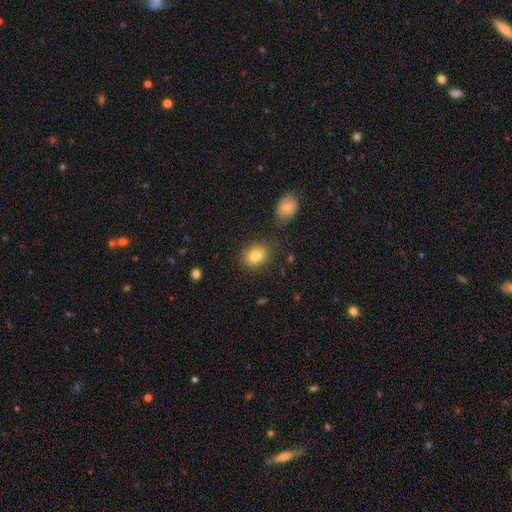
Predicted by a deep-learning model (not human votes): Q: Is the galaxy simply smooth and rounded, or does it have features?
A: smooth — 81%.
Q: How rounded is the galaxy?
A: in between — 55%.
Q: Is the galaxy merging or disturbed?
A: none — 82%.